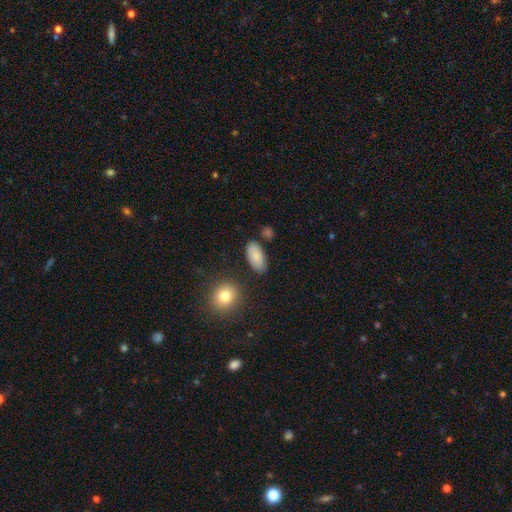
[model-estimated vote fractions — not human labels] Overall: smooth (86%). How rounded: in between (93%). Merging: none (81%).